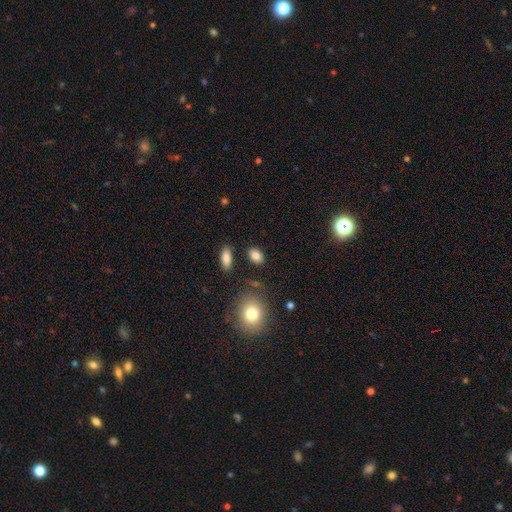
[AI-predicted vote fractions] A smooth galaxy with no disk features (84%) that is in between round and cigar-shaped (81%).

Vote fractions:
- Smooth or featured? smooth: 84% / star or artifact: 9% / featured or disk: 7%
- How rounded? in between: 81% / round: 17% / cigar-shaped: 2%
- Merging? none: 83% / minor disturbance: 10% / merger: 4% / major disturbance: 3%